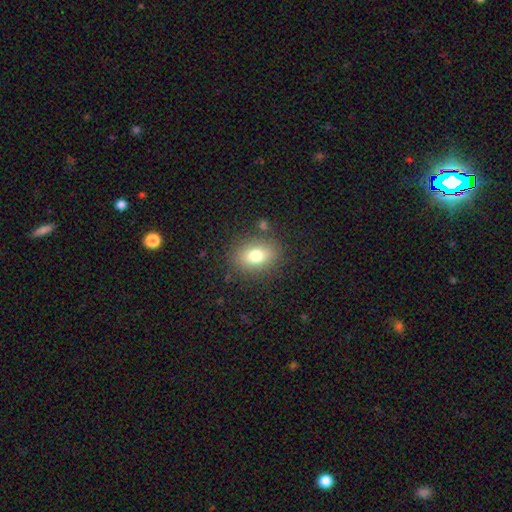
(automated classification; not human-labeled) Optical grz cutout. It shows a smooth galaxy with no disk features (76%) that is in between round and cigar-shaped (66%). Merging: none (82%).